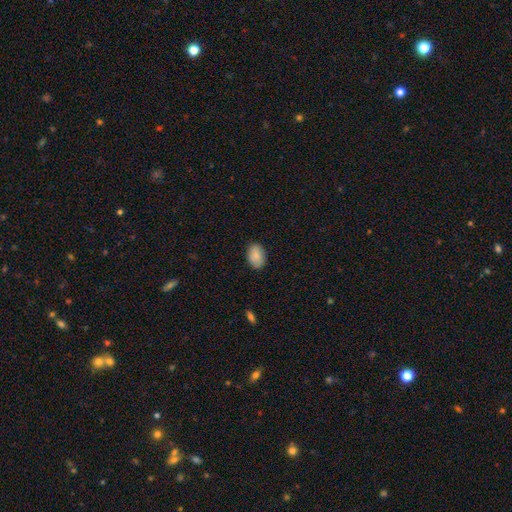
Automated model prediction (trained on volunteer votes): smooth-or-featured: smooth: 86% | star or artifact: 7% | featured or disk: 7%
  how-rounded: in between: 86% | round: 13% | cigar-shaped: 1%
  merging: none: 86% | minor disturbance: 11% | major disturbance: 2% | merger: 1%